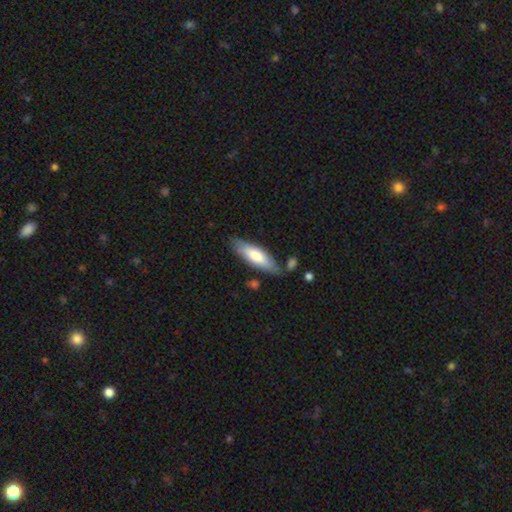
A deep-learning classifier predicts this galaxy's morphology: This appears to be a smooth galaxy with no disk features (70%) that is cigar-shaped (52%). Merging: none (77%).